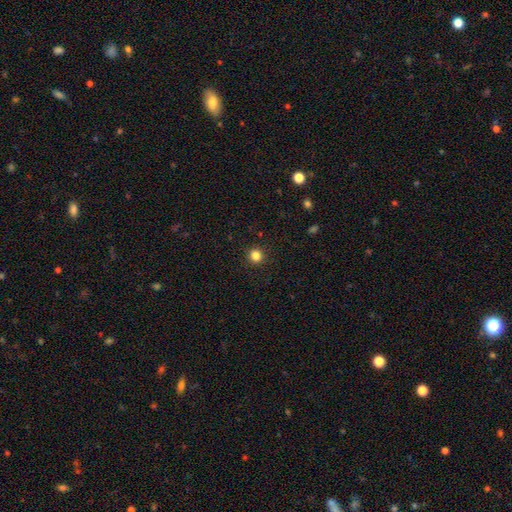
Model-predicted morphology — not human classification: smooth-or-featured: smooth: 83% | star or artifact: 13% | featured or disk: 4%
  how-rounded: round: 94% | in between: 5% | cigar-shaped: 1%
  merging: none: 92% | minor disturbance: 5% | major disturbance: 2% | merger: 1%